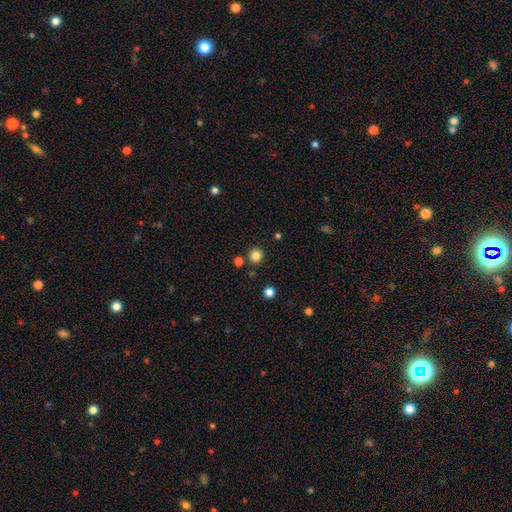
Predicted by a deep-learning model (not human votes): smooth 83%, star or artifact 13%, featured or disk 4%. Down the decision tree: how rounded — round (92%); merging — none (86%).